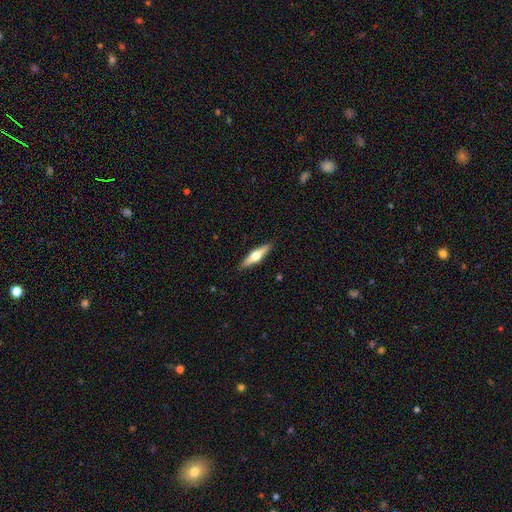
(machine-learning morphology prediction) smooth_or_featured: featured or disk (p=0.57) [alt: smooth p=0.38]
disk_edge_on: yes (p=0.95) [alt: no p=0.05]
edge_on_bulge: rounded (p=0.95) [alt: boxy p=0.03]
merging: none (p=0.90) [alt: minor disturbance p=0.07]